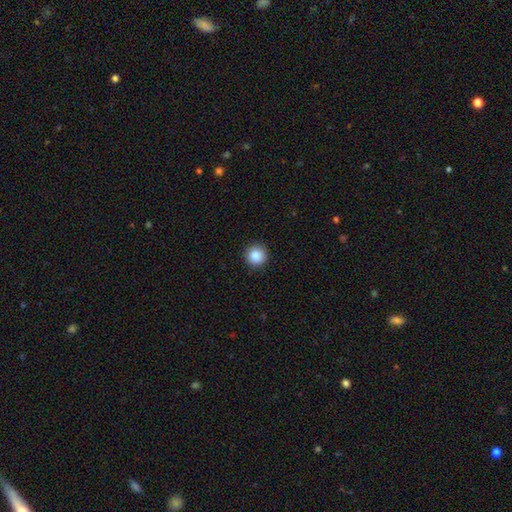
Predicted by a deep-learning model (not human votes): smooth 88%, star or artifact 9%, featured or disk 3%. Down the decision tree: how rounded — round (96%); merging — none (92%).